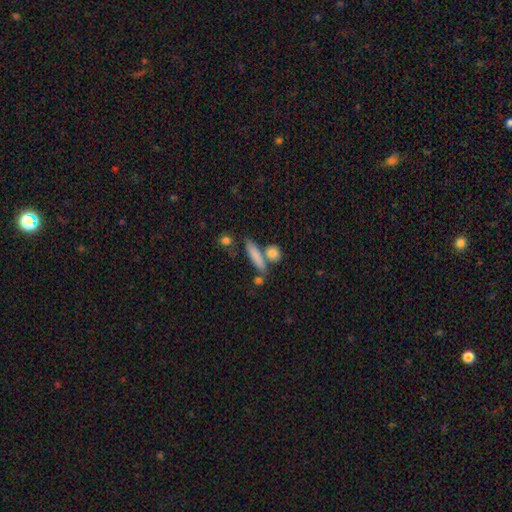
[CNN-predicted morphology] Smooth or featured? Predicted: smooth (p=0.79). How rounded? Predicted: cigar-shaped (p=0.71). Merging? Predicted: none (p=0.68).